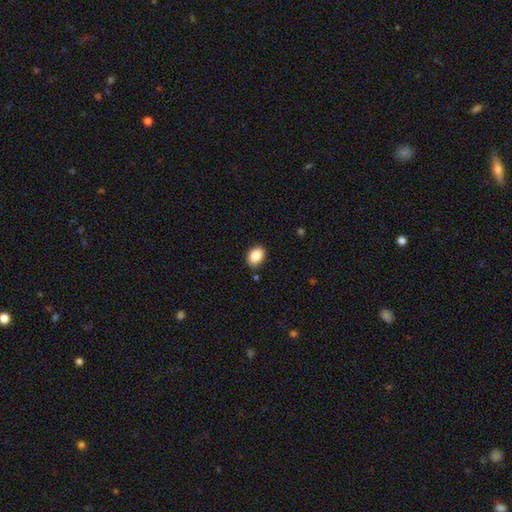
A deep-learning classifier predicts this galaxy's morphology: Q: Smooth or featured?
A: smooth (87%); runner-up: star or artifact (8%)
Q: How rounded?
A: in between (75%); runner-up: round (24%)
Q: Merging?
A: none (85%); runner-up: minor disturbance (11%)